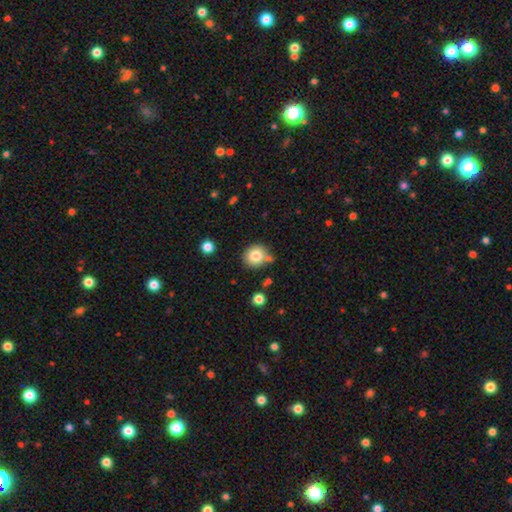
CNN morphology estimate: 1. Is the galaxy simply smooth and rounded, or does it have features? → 81% smooth, 11% star or artifact, 9% featured or disk.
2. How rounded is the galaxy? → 89% round, 10% in between, 1% cigar-shaped.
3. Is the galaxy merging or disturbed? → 72% none, 14% minor disturbance, 11% merger, 4% major disturbance.